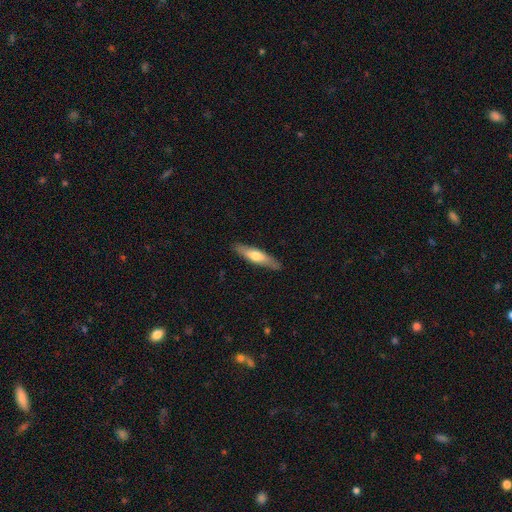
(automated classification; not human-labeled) This appears to be a smooth galaxy with no disk features (53%) that is cigar-shaped (79%). Merging: none (87%).